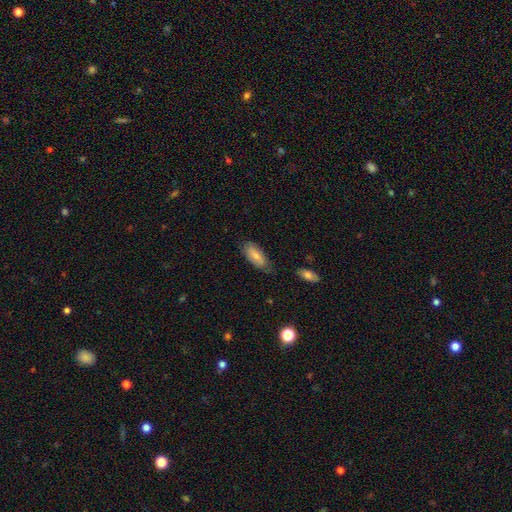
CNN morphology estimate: The model was most divided on "merging": none: 71%, minor disturbance: 23%, major disturbance: 4%, merger: 2%. More confident: how rounded — in between (86%); smooth or featured — smooth (75%).